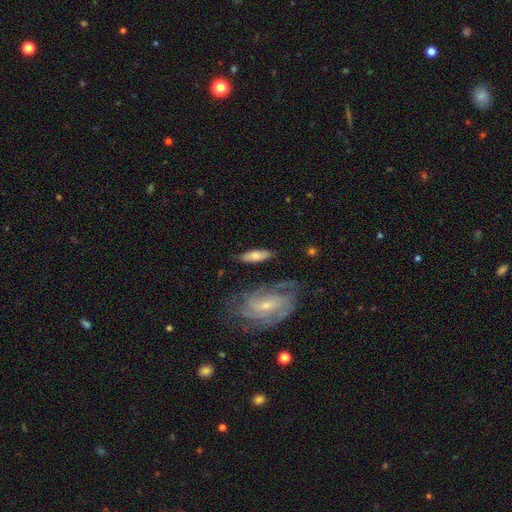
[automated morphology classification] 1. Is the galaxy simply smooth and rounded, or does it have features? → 63% smooth, 31% featured or disk, 6% star or artifact.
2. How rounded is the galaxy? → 62% in between, 35% cigar-shaped, 3% round.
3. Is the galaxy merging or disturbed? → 75% none, 15% minor disturbance, 5% merger, 5% major disturbance.